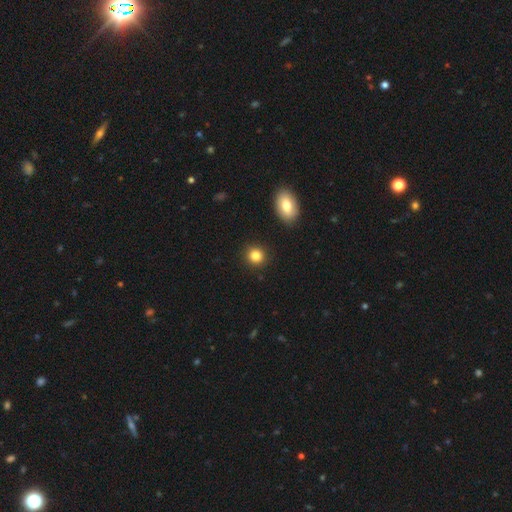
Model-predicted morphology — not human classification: This appears to be a smooth galaxy with no disk features (84%) that is round (87%). Merging: none (91%).